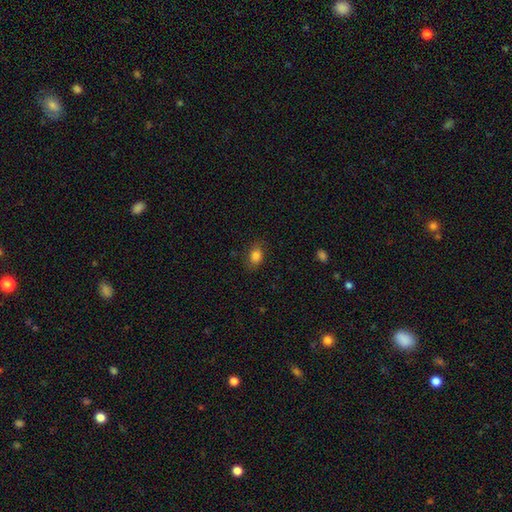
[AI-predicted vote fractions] This appears to be a smooth galaxy with no disk features (84%) that is in between round and cigar-shaped (76%). Merging: none (80%).